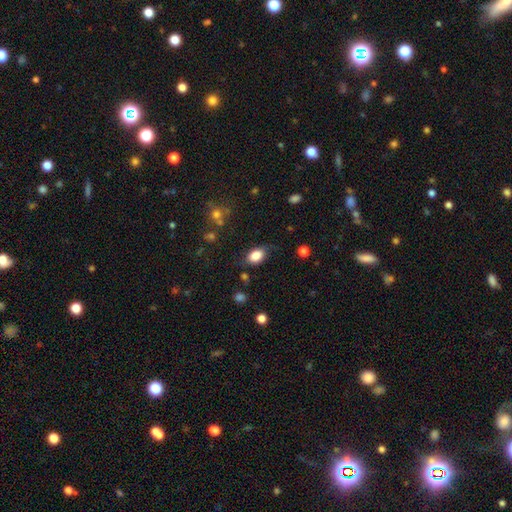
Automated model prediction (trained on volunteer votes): This is clearly a smooth galaxy (83%). How rounded: clearly in between (85%). Merging: likely none (70%).